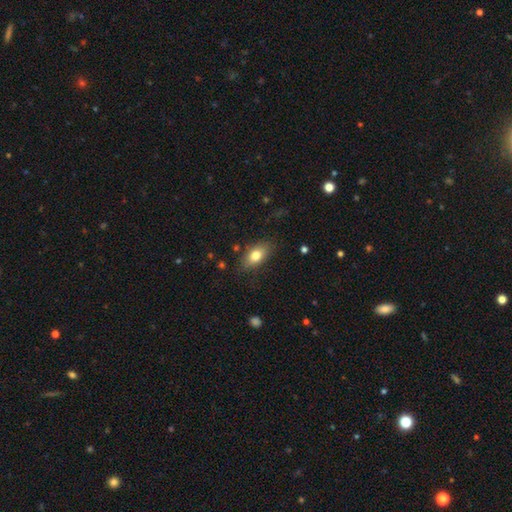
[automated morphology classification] A smooth galaxy with no disk features (78%) that is in between round and cigar-shaped (86%). Merging: none (80%).